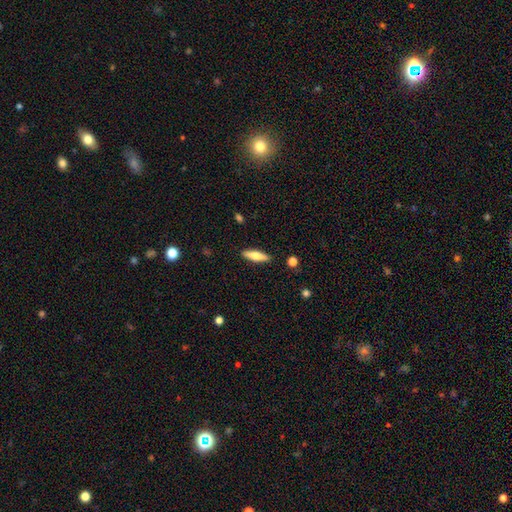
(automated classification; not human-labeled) Overall: smooth (64%; featured or disk 30%). How rounded: cigar-shaped (65%; in between 33%). Merging: none (89%).